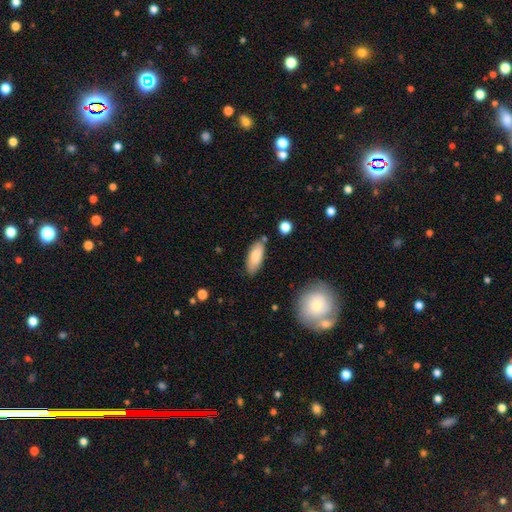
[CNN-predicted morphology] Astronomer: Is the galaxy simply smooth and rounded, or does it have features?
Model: smooth — 83%.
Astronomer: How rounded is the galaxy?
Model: in between — 79%.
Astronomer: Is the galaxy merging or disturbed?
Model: none — 78%.